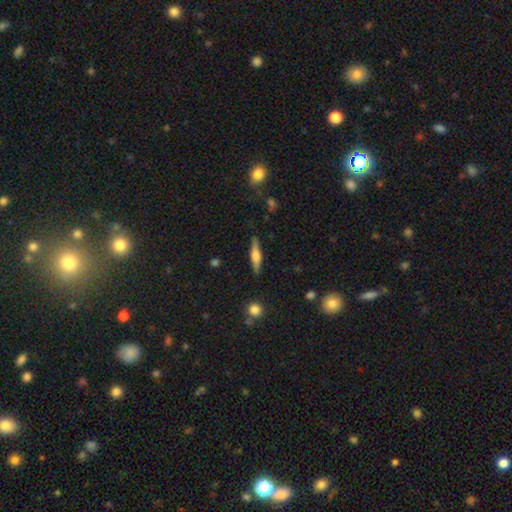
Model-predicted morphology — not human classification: Overall: featured or disk (56%; smooth 37%). Edge-on disk: yes (96%). Edge-on bulge: rounded (80%). Merging: none (88%).